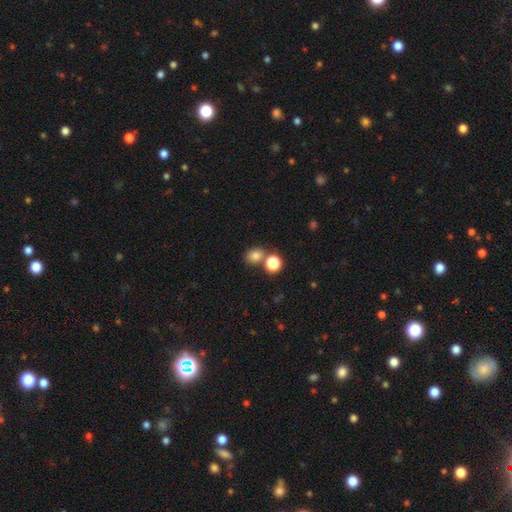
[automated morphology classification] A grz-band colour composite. It shows a smooth galaxy with no disk features (79%) that is round (59%). Merging: none (62%).